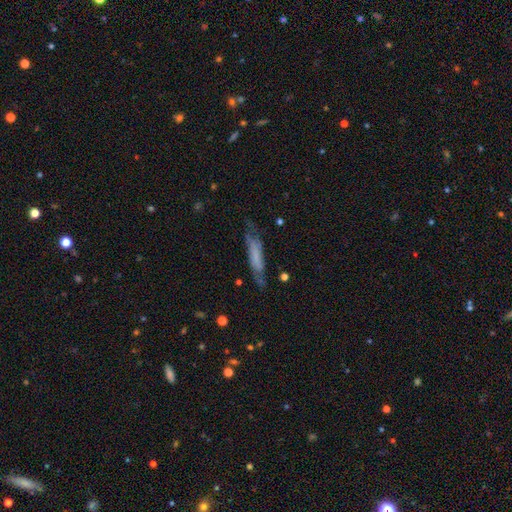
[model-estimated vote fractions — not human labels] Smooth or featured? smooth (49%)
Merging? none (57%)